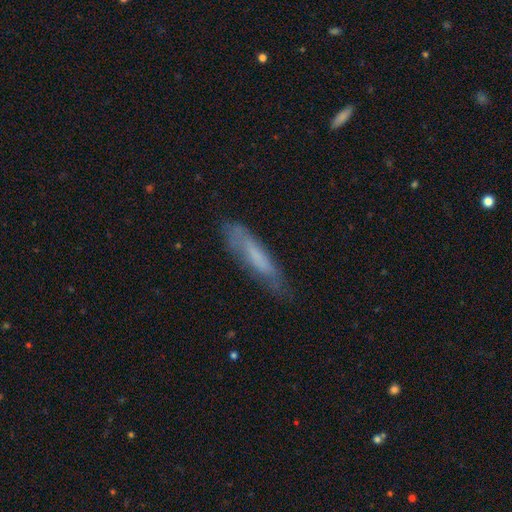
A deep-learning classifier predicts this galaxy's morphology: smooth-or-featured: smooth: 56% | featured or disk: 37% | star or artifact: 8%
  how-rounded: cigar-shaped: 79% | in between: 20% | round: 1%
  merging: none: 68% | minor disturbance: 23% | major disturbance: 7% | merger: 2%